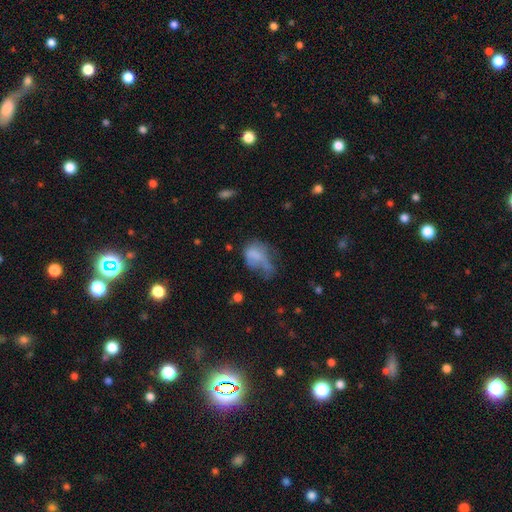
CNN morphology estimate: A smooth galaxy with no disk features (63%) that is in between round and cigar-shaped (78%).

Vote fractions:
- Smooth or featured? smooth: 63% / featured or disk: 25% / star or artifact: 12%
- How rounded? in between: 78% / round: 20% / cigar-shaped: 2%
- Merging? major disturbance: 45% / minor disturbance: 26% / none: 20% / merger: 10%